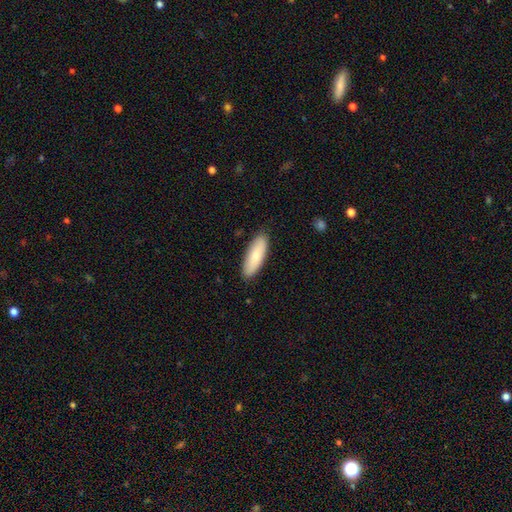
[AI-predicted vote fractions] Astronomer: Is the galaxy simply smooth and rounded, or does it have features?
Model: smooth — 79%.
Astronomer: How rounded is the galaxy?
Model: in between — 55% (runner-up: cigar-shaped, 43%).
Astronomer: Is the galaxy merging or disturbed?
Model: none — 87%.